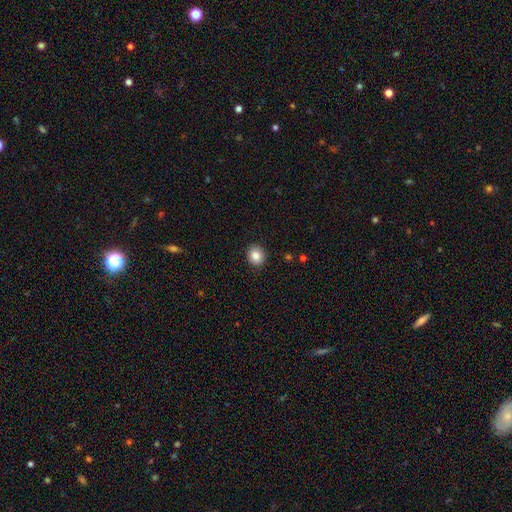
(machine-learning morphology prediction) smooth-or-featured: smooth: 86% | star or artifact: 9% | featured or disk: 5%
  how-rounded: round: 76% | in between: 24% | cigar-shaped: 1%
  merging: none: 91% | minor disturbance: 6% | major disturbance: 2% | merger: 1%